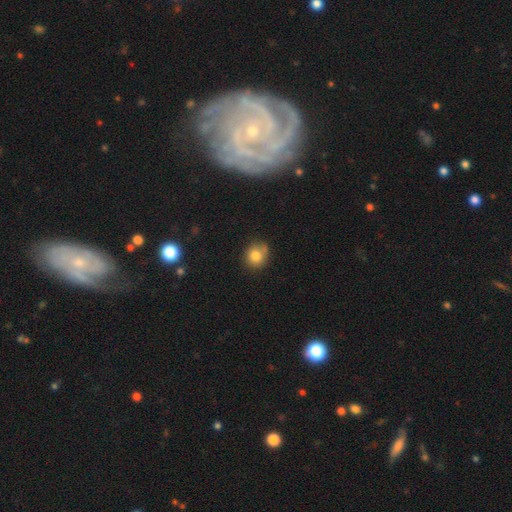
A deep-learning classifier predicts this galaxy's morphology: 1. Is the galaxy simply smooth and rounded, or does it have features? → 81% smooth, 11% star or artifact, 8% featured or disk.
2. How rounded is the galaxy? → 79% round, 20% in between, 1% cigar-shaped.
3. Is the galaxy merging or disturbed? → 68% none, 22% minor disturbance, 5% merger, 5% major disturbance.